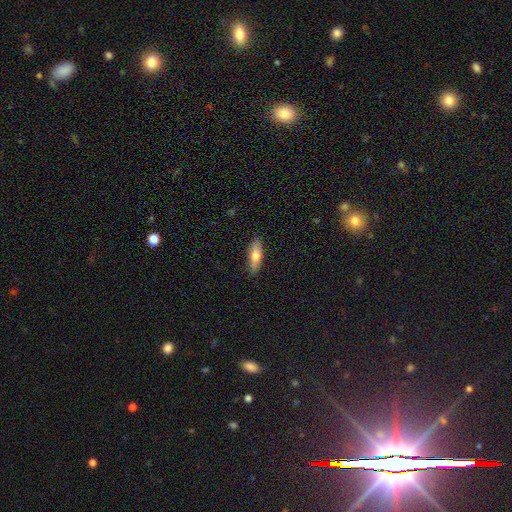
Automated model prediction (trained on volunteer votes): smooth_or_featured: smooth (p=0.68) [alt: featured or disk p=0.26]
how_rounded: in between (p=0.53) [alt: cigar-shaped p=0.45]
merging: none (p=0.87) [alt: minor disturbance p=0.10]